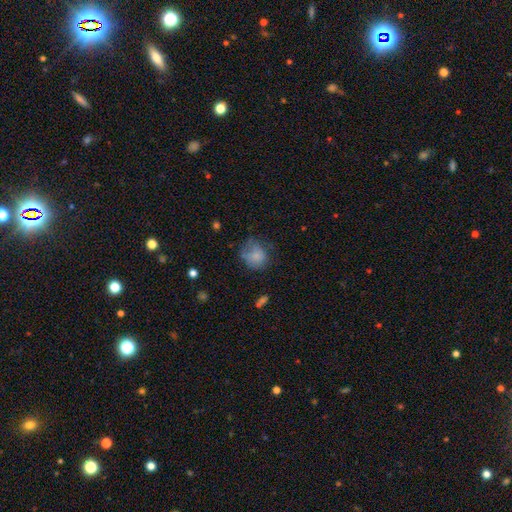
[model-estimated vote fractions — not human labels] The model was most divided on "merging": none: 44%, minor disturbance: 31%, major disturbance: 22%, merger: 3%. More confident: smooth or featured — smooth (75%); how rounded — round (69%).